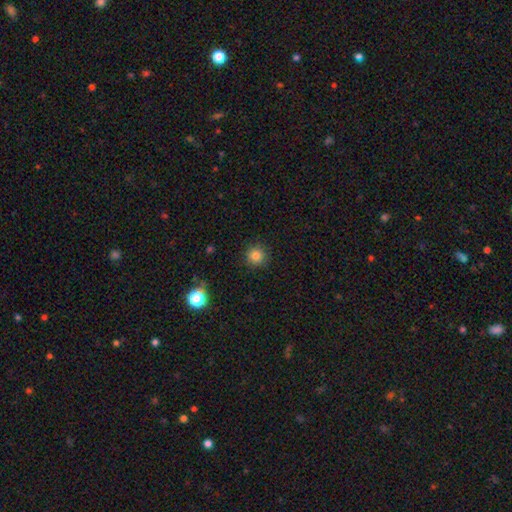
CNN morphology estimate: Overall: smooth (82%). How rounded: round (95%). Merging: none (90%).